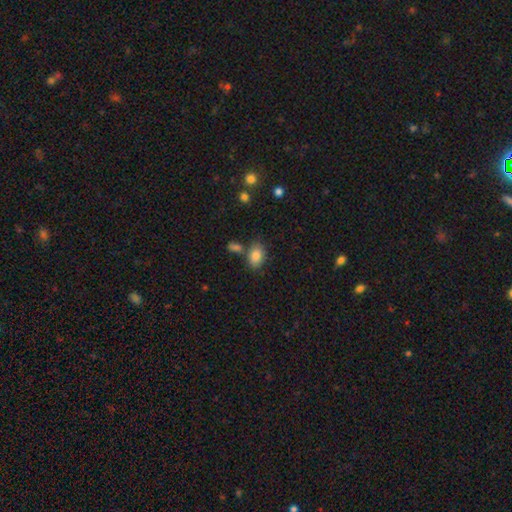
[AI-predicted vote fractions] Morphology: type=smooth (84%); roundness=in between (81%); merging=none (68%).